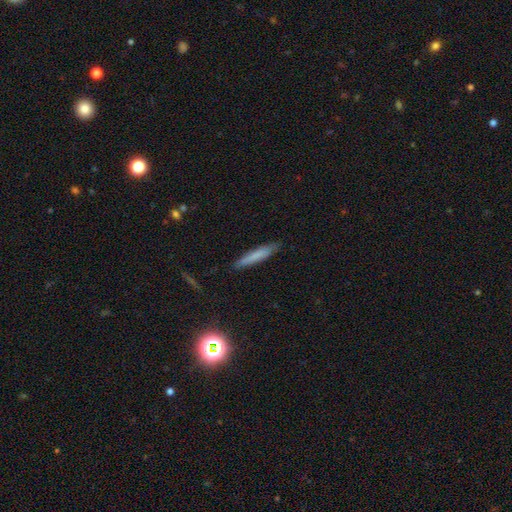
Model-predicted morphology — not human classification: Smooth or featured: smooth — 72% (featured or disk — 20%)
How rounded: cigar-shaped — 93% (in between — 6%)
Merging: none — 87% (minor disturbance — 9%)